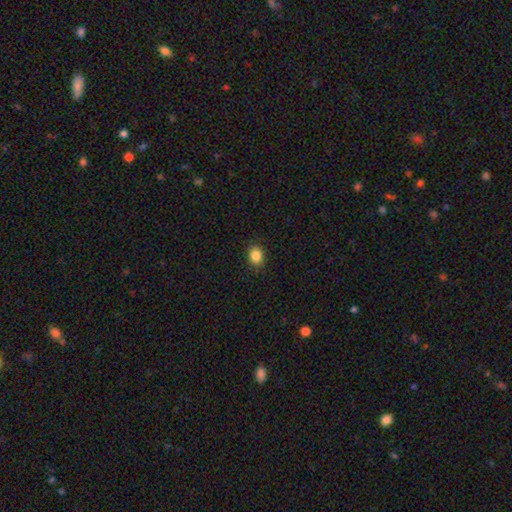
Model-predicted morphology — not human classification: This appears to be a smooth galaxy with no disk features (86%) that is in between round and cigar-shaped (52%). Merging: none (89%).